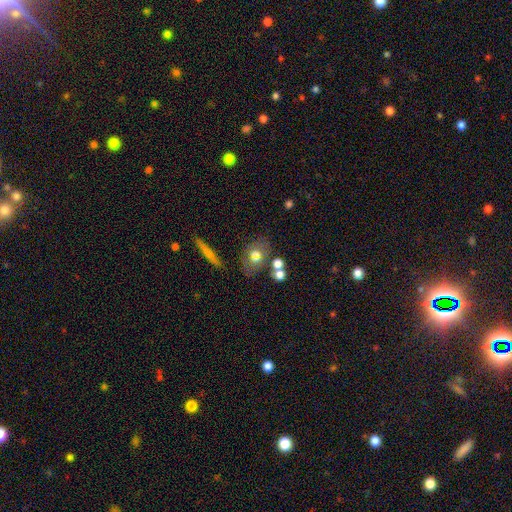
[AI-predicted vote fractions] Morphology: type=smooth (62%); roundness=in between (56%); merging=none (53%).